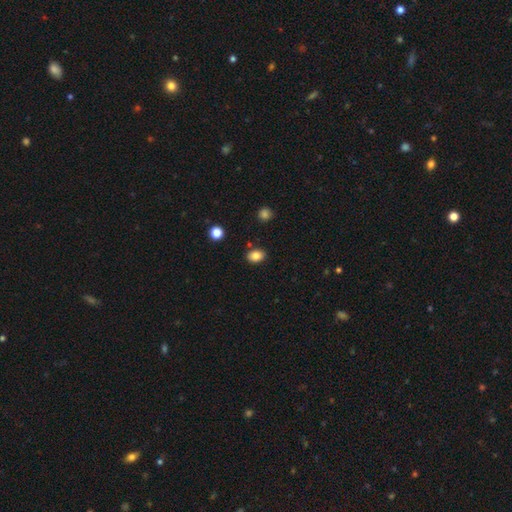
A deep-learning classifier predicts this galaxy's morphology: Smooth or featured?
  - smooth: 85% *
  - star or artifact: 10%
  - featured or disk: 5%
How rounded?
  - in between: 74% *
  - round: 25%
  - cigar-shaped: 1%
Merging?
  - none: 84% *
  - minor disturbance: 10%
  - merger: 3%
  - major disturbance: 2%